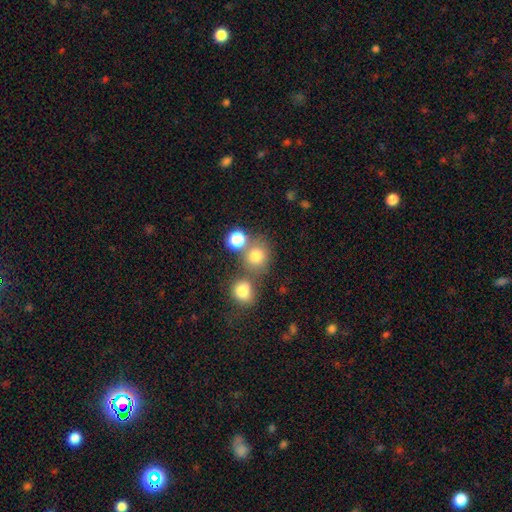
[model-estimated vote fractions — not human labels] smooth_or_featured: smooth (p=0.76) [alt: star or artifact p=0.15]
how_rounded: round (p=0.80) [alt: in between p=0.19]
merging: none (p=0.58) [alt: merger p=0.27]